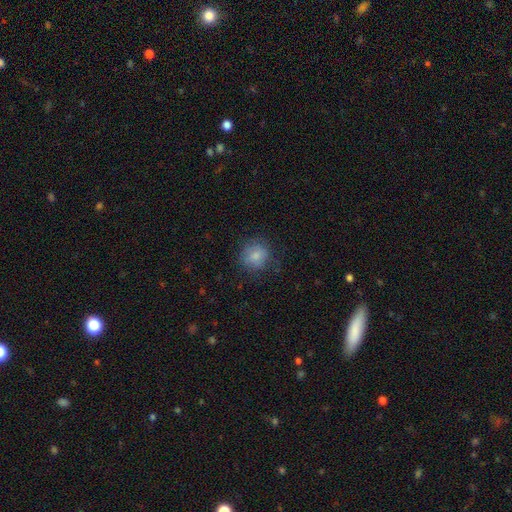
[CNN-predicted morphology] A smooth galaxy with no disk features (81%) that is round (85%).

Vote fractions:
- Smooth or featured? smooth: 81% / featured or disk: 10% / star or artifact: 9%
- How rounded? round: 85% / in between: 14% / cigar-shaped: 1%
- Merging? none: 76% / minor disturbance: 17% / major disturbance: 6% / merger: 1%